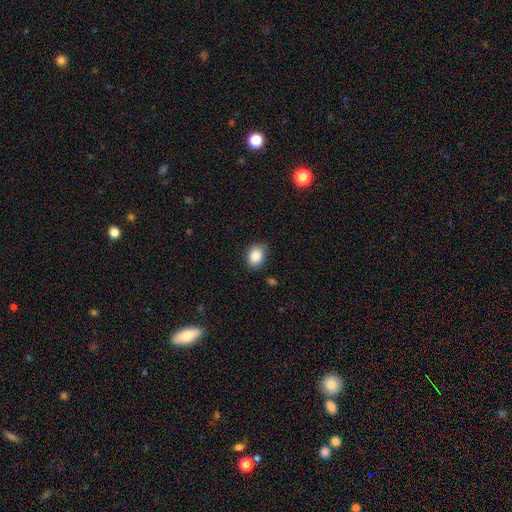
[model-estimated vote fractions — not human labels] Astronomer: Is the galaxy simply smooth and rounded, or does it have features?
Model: smooth — 86%.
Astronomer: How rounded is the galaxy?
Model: in between — 61% (runner-up: round, 38%).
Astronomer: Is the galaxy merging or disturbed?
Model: none — 82%.